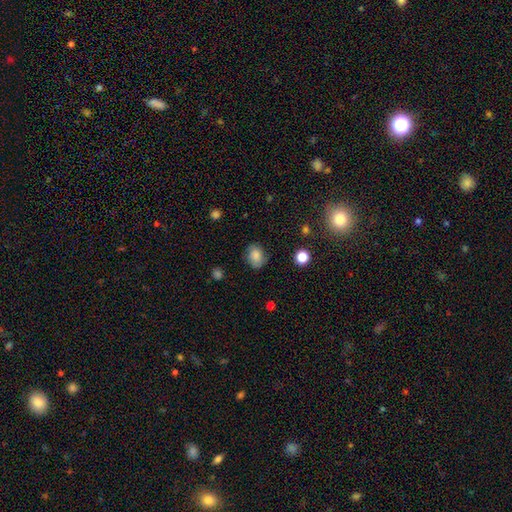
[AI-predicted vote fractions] smooth-or-featured: smooth: 80% | featured or disk: 11% | star or artifact: 9%
  how-rounded: in between: 56% | round: 43% | cigar-shaped: 1%
  merging: none: 75% | minor disturbance: 19% | major disturbance: 5% | merger: 1%